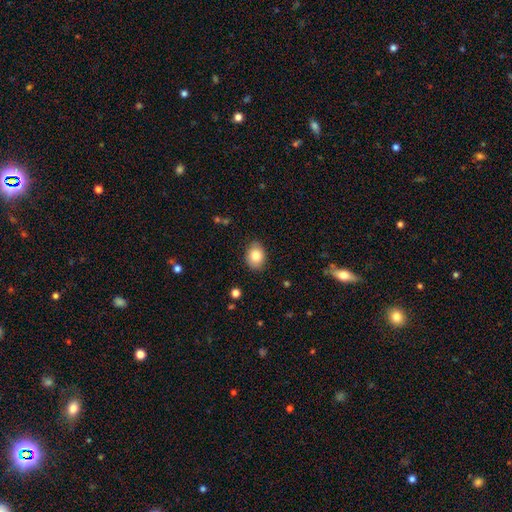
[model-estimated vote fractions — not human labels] Q: Smooth or featured?
A: smooth (82%); runner-up: featured or disk (10%)
Q: How rounded?
A: in between (62%); runner-up: round (37%)
Q: Merging?
A: none (84%); runner-up: minor disturbance (13%)